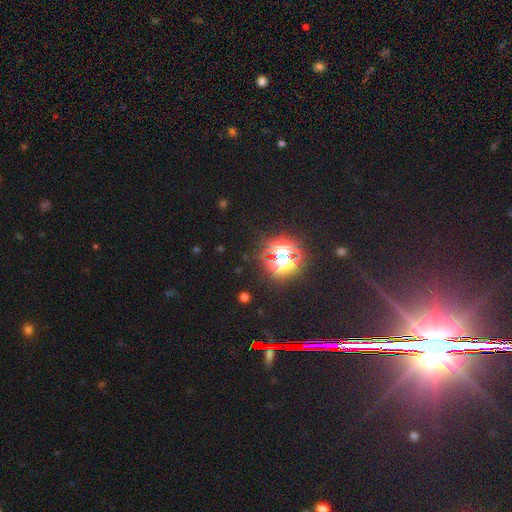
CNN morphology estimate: type=star or artifact (78%).